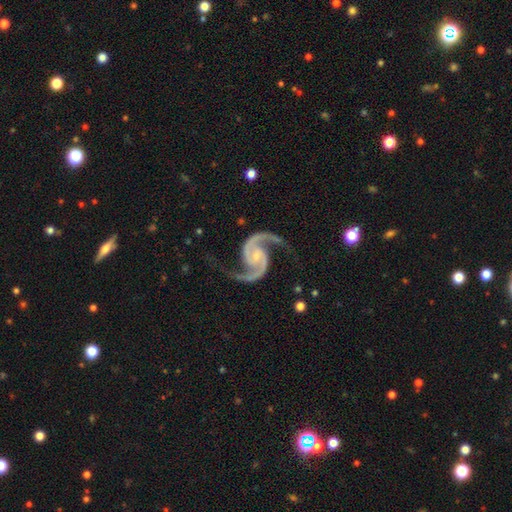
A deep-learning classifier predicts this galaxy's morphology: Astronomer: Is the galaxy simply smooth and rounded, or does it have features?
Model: featured or disk — 95%.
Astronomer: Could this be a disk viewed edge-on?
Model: no — 99%.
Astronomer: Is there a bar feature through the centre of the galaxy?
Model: no — 58%.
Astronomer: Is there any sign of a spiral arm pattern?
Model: yes — 99%.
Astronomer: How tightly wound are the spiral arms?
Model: medium — 62%.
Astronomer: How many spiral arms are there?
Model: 2 — 95%.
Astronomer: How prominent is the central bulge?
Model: small — 72%.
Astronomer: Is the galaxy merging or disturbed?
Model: none — 77%.